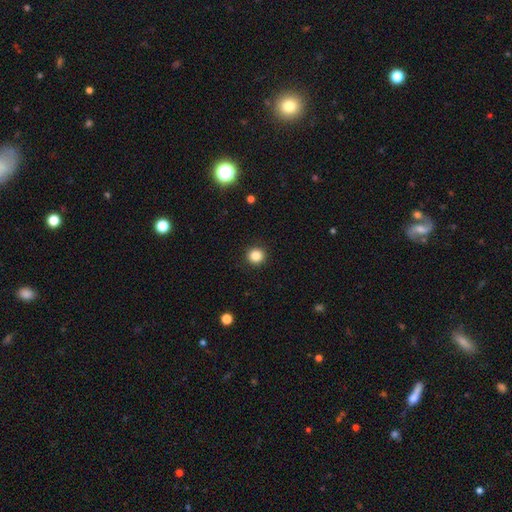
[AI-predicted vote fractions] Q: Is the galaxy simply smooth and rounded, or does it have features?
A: smooth — 85%.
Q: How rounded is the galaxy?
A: round — 94%.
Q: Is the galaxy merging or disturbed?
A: none — 92%.